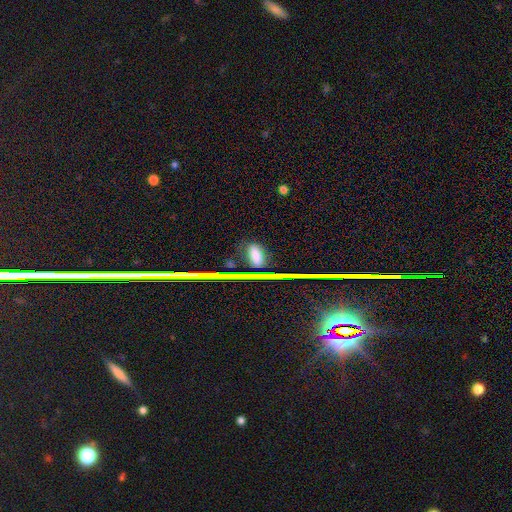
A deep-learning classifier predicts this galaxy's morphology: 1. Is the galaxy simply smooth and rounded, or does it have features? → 61% smooth, 25% star or artifact, 13% featured or disk.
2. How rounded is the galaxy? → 80% in between, 11% cigar-shaped, 9% round.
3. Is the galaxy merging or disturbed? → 72% none, 18% minor disturbance, 6% major disturbance, 4% merger.